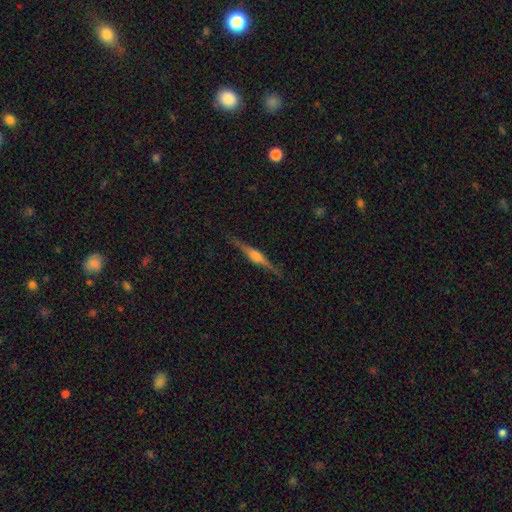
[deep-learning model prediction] A featured or disk galaxy (81%) viewed edge-on (98%) with a rounded central bulge (87%). Merging: none (89%).